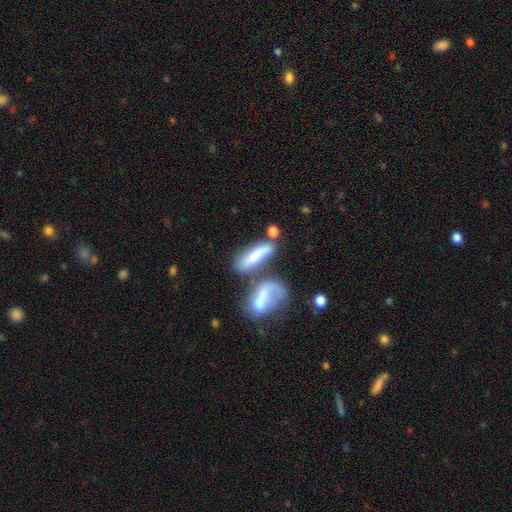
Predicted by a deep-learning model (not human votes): smooth 66%, featured or disk 26%, star or artifact 8%. Down the decision tree: how rounded — cigar-shaped (54%); merging — merger (42%).